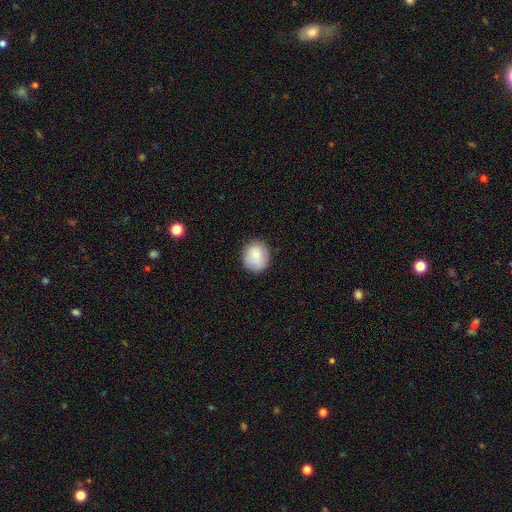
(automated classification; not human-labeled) The model was most divided on "how rounded": round: 83%, in between: 16%, cigar-shaped: 1%. More confident: merging — none (85%); smooth or featured — smooth (82%).